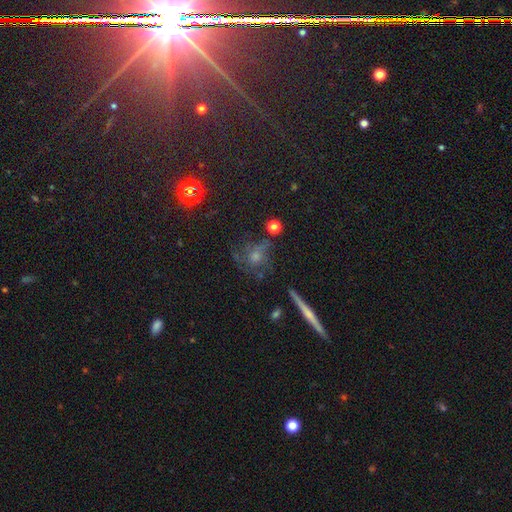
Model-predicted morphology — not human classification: A featured or disk galaxy (44%).

Vote fractions:
- Smooth or featured? featured or disk: 44% / star or artifact: 33% / smooth: 23%
- Merging? none: 68% / minor disturbance: 17% / major disturbance: 11% / merger: 4%